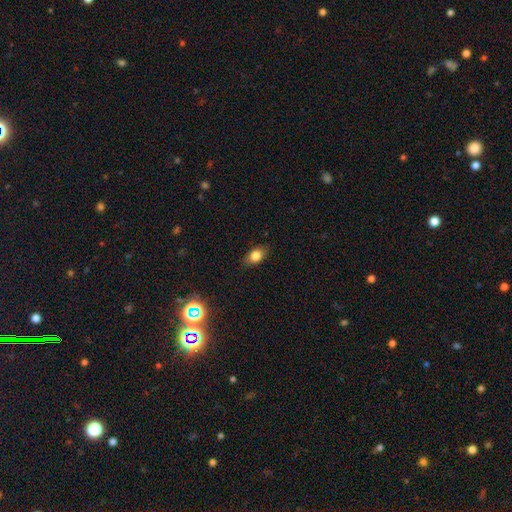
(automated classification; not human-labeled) This appears to be a smooth galaxy with no disk features (81%) that is in between round and cigar-shaped (82%). Merging: none (84%).